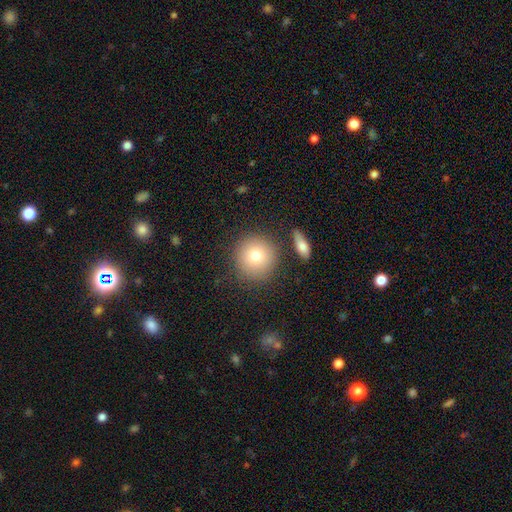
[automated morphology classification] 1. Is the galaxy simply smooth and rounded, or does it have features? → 78% smooth, 12% featured or disk, 10% star or artifact.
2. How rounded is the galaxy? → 93% round, 6% in between, 1% cigar-shaped.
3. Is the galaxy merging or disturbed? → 82% none, 8% minor disturbance, 6% merger, 3% major disturbance.